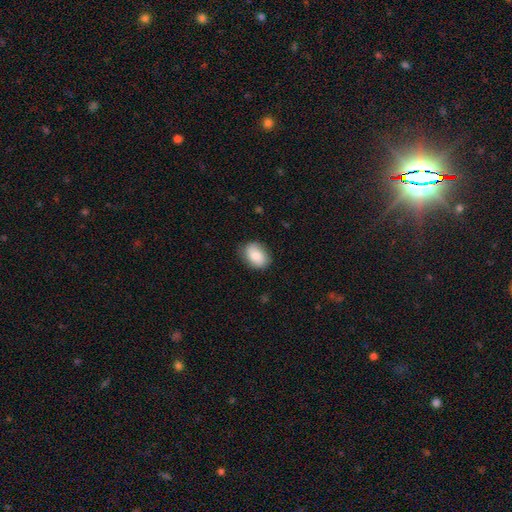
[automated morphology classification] Smooth or featured? smooth (75%)
How rounded? in between (76%)
Merging? none (80%)